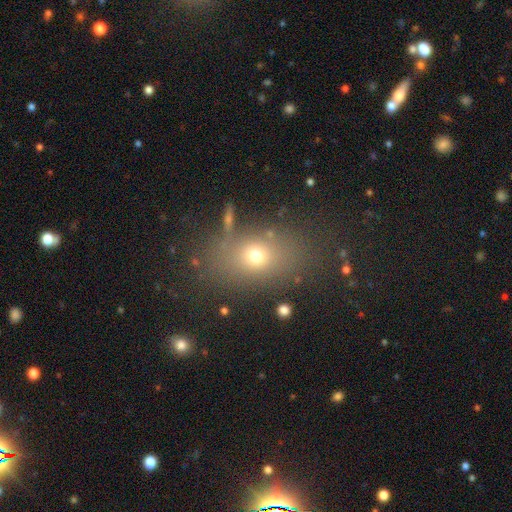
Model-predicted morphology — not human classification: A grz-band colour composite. It shows a smooth galaxy with no disk features (66%) that is in between round and cigar-shaped (64%). Merging: none (75%).